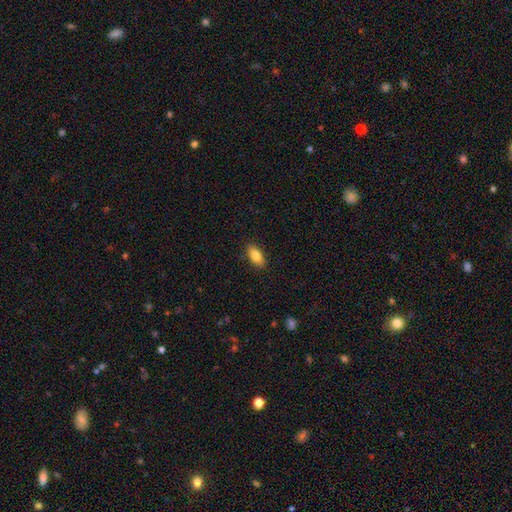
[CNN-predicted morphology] smooth_or_featured: smooth (p=0.80) [alt: featured or disk p=0.13]
how_rounded: in between (p=0.86) [alt: cigar-shaped p=0.10]
merging: none (p=0.89) [alt: minor disturbance p=0.09]